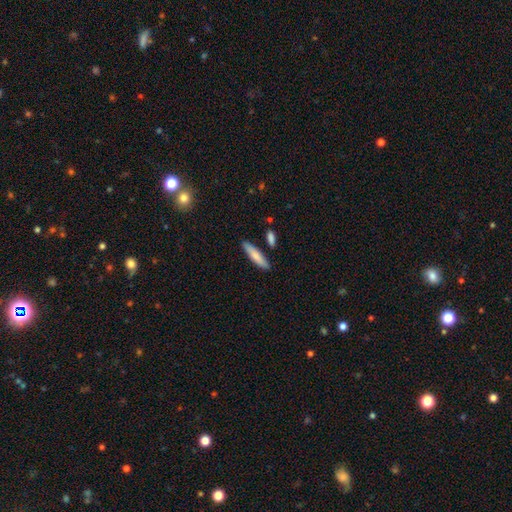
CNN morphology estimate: smooth-or-featured: smooth: 78% | featured or disk: 16% | star or artifact: 6%
  how-rounded: cigar-shaped: 81% | in between: 17% | round: 2%
  merging: none: 84% | minor disturbance: 10% | merger: 5% | major disturbance: 2%